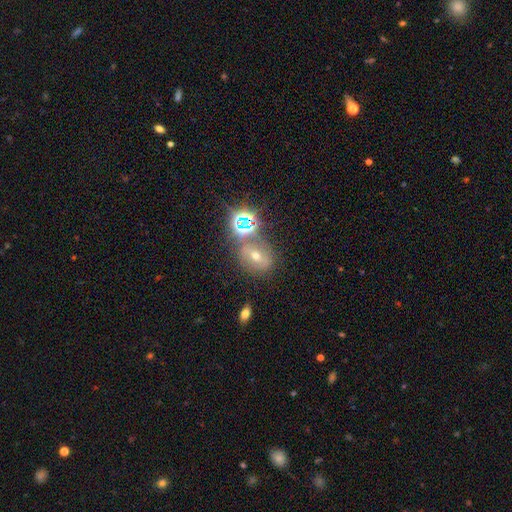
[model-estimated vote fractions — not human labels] Morphology: type=star or artifact (37%).